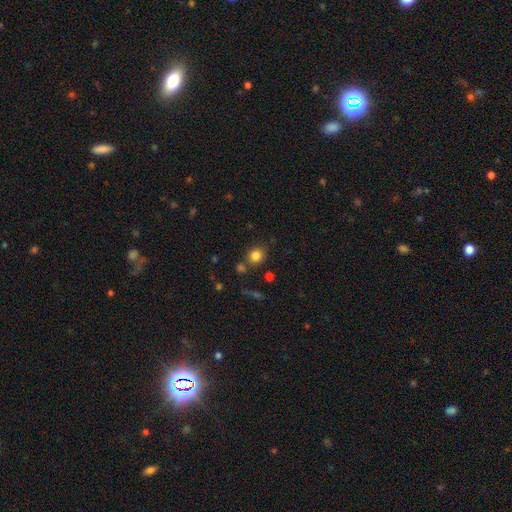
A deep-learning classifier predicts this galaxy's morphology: smooth-or-featured: smooth: 83% | star or artifact: 11% | featured or disk: 6%
  how-rounded: round: 80% | in between: 19% | cigar-shaped: 1%
  merging: none: 75% | minor disturbance: 11% | merger: 10% | major disturbance: 4%